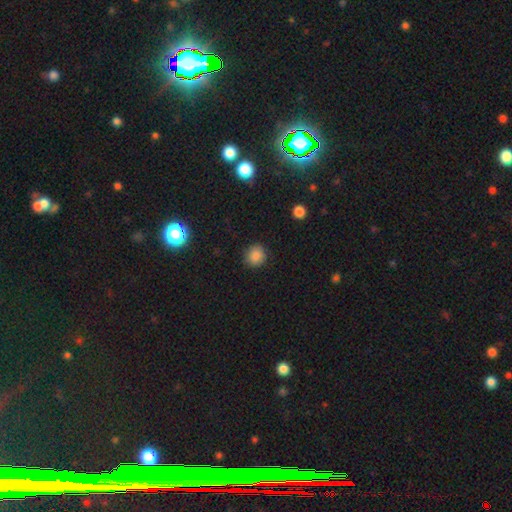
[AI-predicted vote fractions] Smooth or featured?
  - smooth: 85% *
  - star or artifact: 11%
  - featured or disk: 4%
How rounded?
  - round: 86% *
  - in between: 13%
  - cigar-shaped: 1%
Merging?
  - none: 88% *
  - minor disturbance: 8%
  - major disturbance: 2%
  - merger: 1%